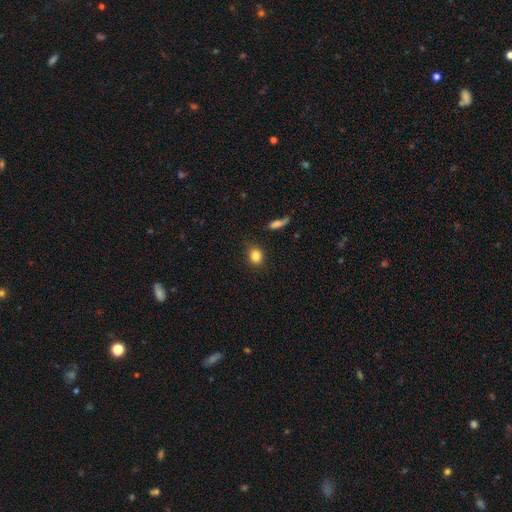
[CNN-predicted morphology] This is clearly a smooth galaxy (84%). How rounded: likely round (69%). Merging: clearly none (85%).